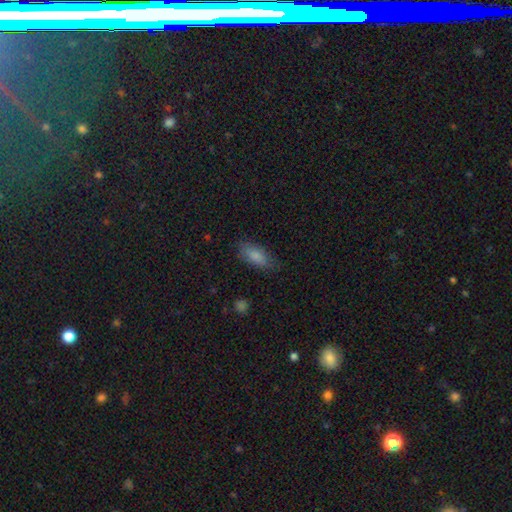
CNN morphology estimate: Smooth or featured? Predicted: smooth (p=0.85). How rounded? Predicted: in between (p=0.84). Merging? Predicted: none (p=0.79).